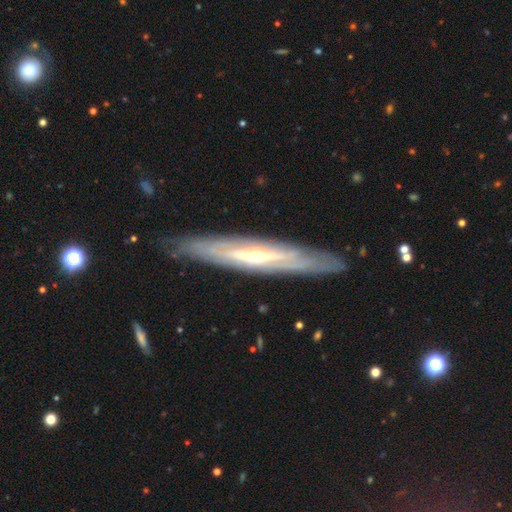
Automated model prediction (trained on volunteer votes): The model was most divided on "edge-on bulge": rounded: 63%, none: 33%, boxy: 5%. More confident: merging — none (84%); smooth or featured — featured or disk (78%); edge-on disk — yes (67%).